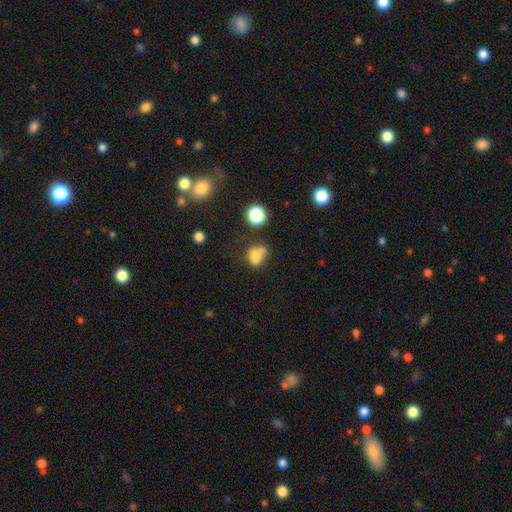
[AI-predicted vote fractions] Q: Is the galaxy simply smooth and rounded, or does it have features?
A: smooth — 72%.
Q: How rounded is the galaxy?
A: in between — 61%.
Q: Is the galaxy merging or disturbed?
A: none — 34%.